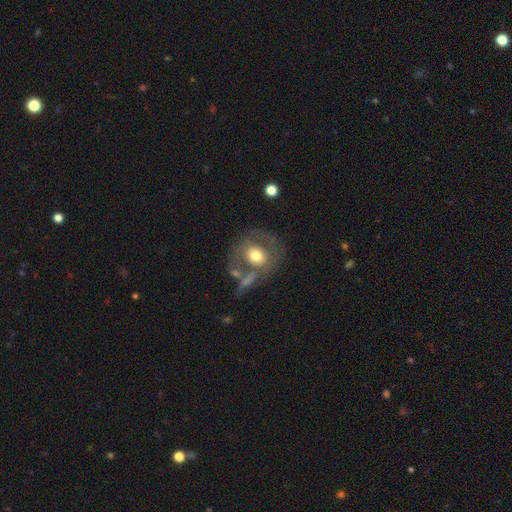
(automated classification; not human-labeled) Smooth or featured? smooth (50%)
How rounded? round (75%)
Merging? none (56%)